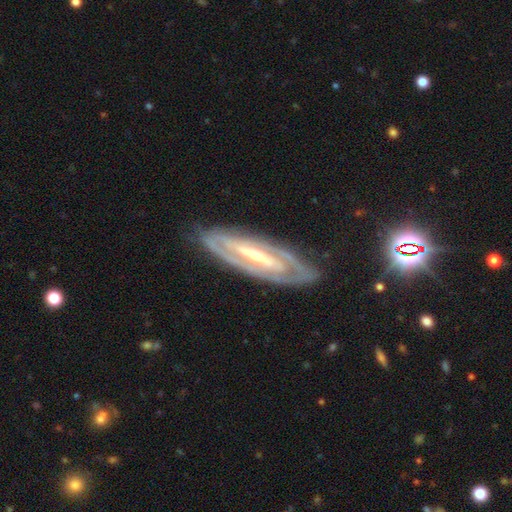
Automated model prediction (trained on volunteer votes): Smooth or featured: featured or disk — 84% (smooth — 10%)
Edge-on disk: no — 80% (yes — 20%)
Bar: strong — 62% (weak — 25%)
Spiral arms: yes — 87% (no — 13%)
Spiral winding: tight — 67% (medium — 26%)
Spiral arm count: 2 — 58% (can't tell — 27%)
Bulge size: small — 54% (moderate — 38%)
Merging: none — 81% (minor disturbance — 13%)